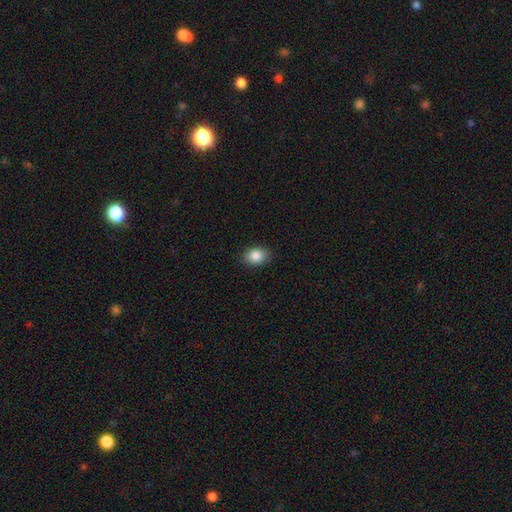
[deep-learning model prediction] Smooth or featured: smooth — 86% (star or artifact — 8%)
How rounded: in between — 76% (round — 23%)
Merging: none — 89% (minor disturbance — 8%)